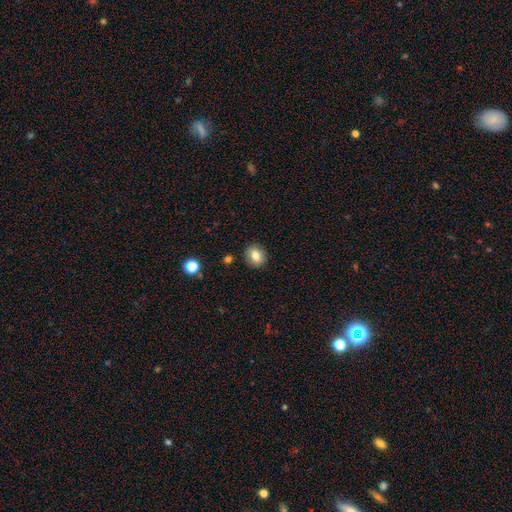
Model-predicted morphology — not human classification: The model was most divided on "how rounded": round: 75%, in between: 24%, cigar-shaped: 1%. More confident: merging — none (89%); smooth or featured — smooth (80%).